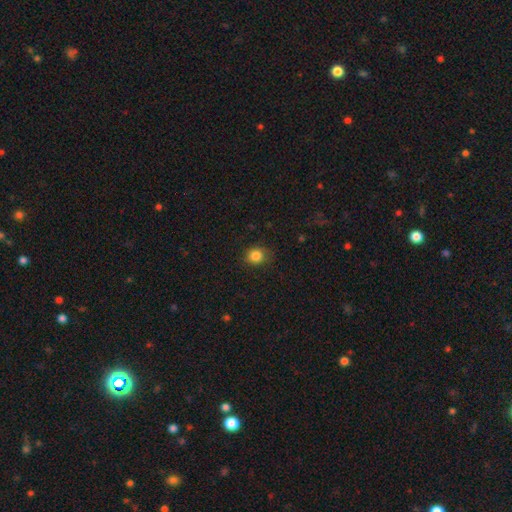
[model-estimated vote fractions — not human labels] smooth-or-featured: smooth: 85% | star or artifact: 11% | featured or disk: 4%
  how-rounded: round: 71% | in between: 29% | cigar-shaped: 1%
  merging: none: 82% | minor disturbance: 13% | major disturbance: 3% | merger: 1%